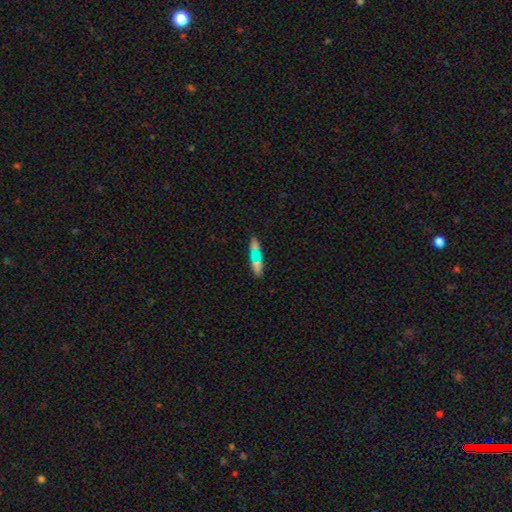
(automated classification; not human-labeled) Q: Smooth or featured?
A: smooth (63%); runner-up: featured or disk (22%)
Q: How rounded?
A: cigar-shaped (59%); runner-up: in between (36%)
Q: Merging?
A: none (71%); runner-up: minor disturbance (13%)